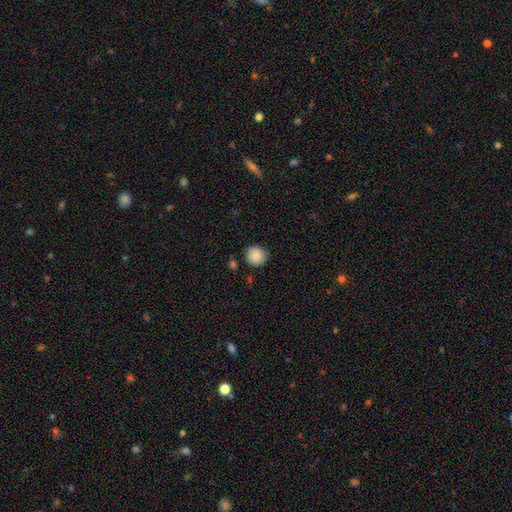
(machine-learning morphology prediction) type=smooth (88%); roundness=round (90%); merging=none (84%).